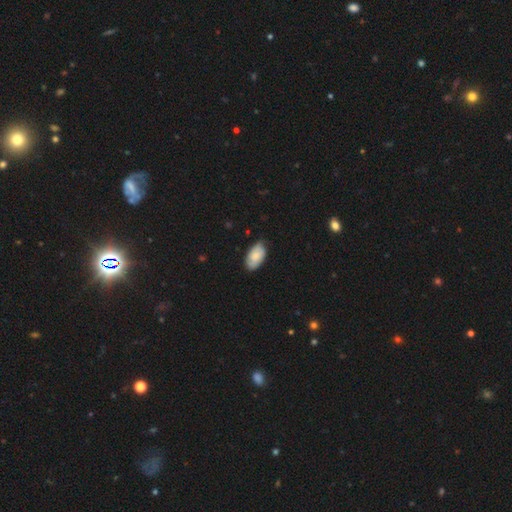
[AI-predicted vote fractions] Morphology: type=smooth (70%); roundness=in between (94%); merging=none (74%).